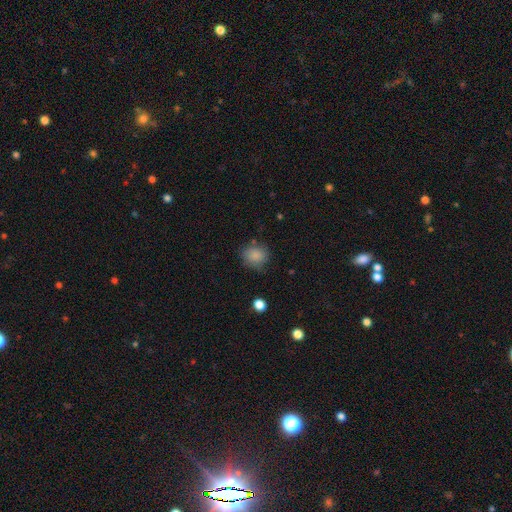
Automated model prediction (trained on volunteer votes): Smooth or featured? Predicted: smooth (p=0.85). How rounded? Predicted: round (p=0.75). Merging? Predicted: none (p=0.75).